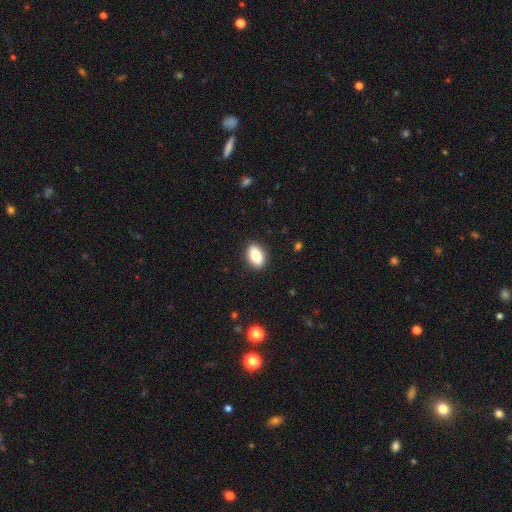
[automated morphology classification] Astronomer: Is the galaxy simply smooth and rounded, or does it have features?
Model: smooth — 87%.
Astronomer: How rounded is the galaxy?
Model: in between — 90%.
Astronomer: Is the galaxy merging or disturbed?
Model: none — 89%.